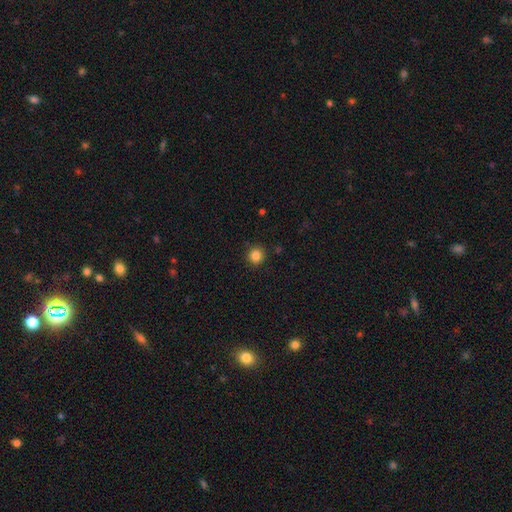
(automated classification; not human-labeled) A smooth galaxy with no disk features (84%) that is round (92%). Merging: none (90%).